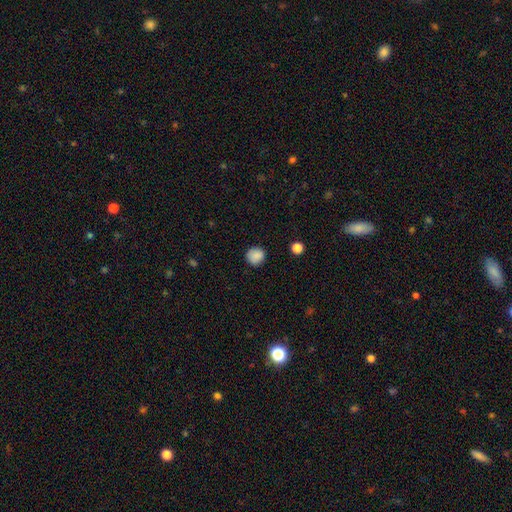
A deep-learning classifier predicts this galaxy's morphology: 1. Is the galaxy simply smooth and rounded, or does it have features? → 87% smooth, 9% star or artifact, 4% featured or disk.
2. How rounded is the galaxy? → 89% round, 10% in between, 1% cigar-shaped.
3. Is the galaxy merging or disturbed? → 86% none, 10% minor disturbance, 2% major disturbance, 1% merger.